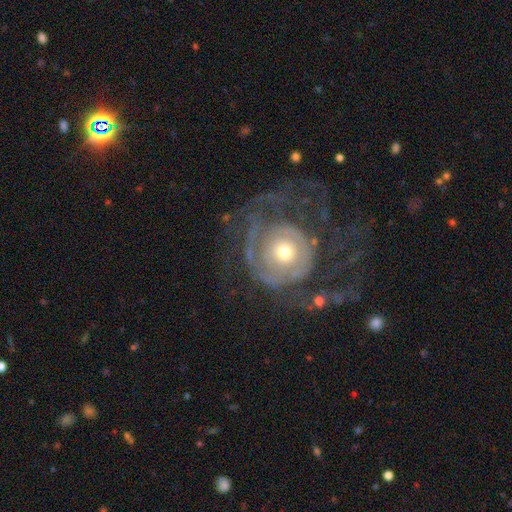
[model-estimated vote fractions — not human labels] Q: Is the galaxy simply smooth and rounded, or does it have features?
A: featured or disk — 75%.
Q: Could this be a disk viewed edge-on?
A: no — 97%.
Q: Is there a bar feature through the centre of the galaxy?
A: no — 82%.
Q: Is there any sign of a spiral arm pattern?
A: yes — 70%.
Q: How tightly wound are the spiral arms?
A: tight — 59%.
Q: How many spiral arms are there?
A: can't tell — 43%.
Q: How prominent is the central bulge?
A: moderate — 58%.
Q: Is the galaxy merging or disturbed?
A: none — 46%.